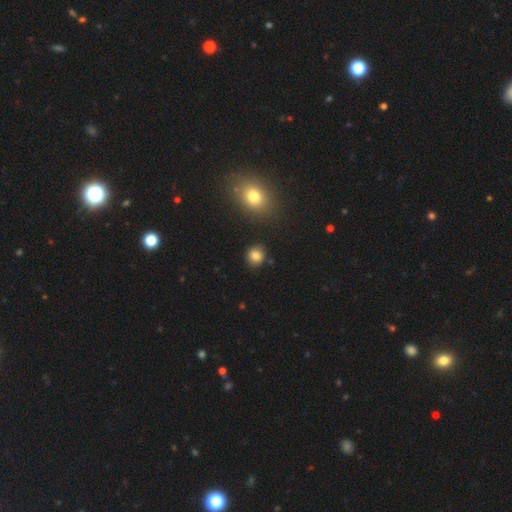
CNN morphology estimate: Smooth or featured? smooth (82%)
How rounded? round (85%)
Merging? none (88%)